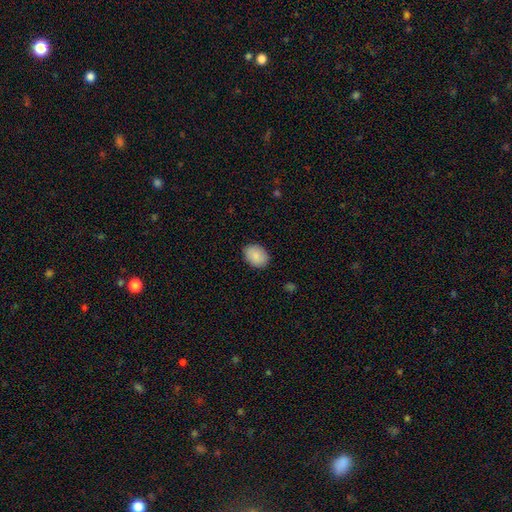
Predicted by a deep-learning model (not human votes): Q: Smooth or featured?
A: smooth (89%); runner-up: star or artifact (6%)
Q: How rounded?
A: in between (75%); runner-up: round (24%)
Q: Merging?
A: none (87%); runner-up: minor disturbance (10%)